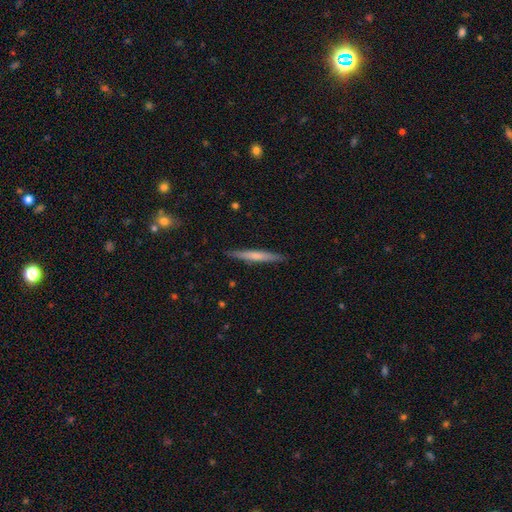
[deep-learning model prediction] A smooth galaxy with no disk features (56%) that is cigar-shaped (96%). Merging: none (90%).